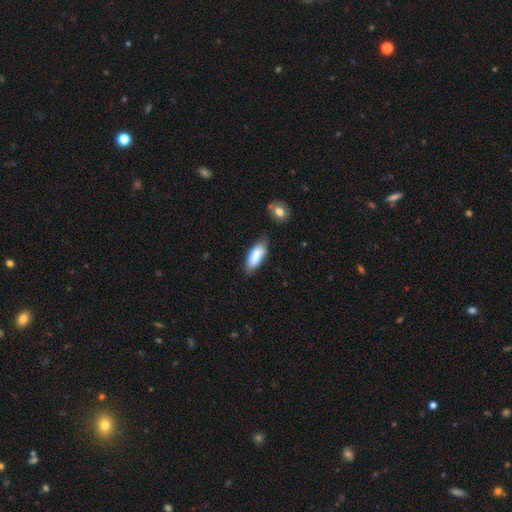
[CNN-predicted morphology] This is clearly a smooth galaxy (84%). How rounded: likely in between (73%). Merging: likely none (73%).